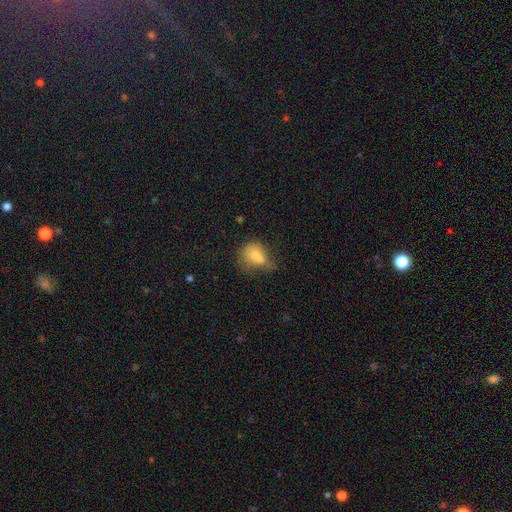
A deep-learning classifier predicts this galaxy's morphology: The model was most divided on "merging": merger: 32%, none: 28%, minor disturbance: 24%, major disturbance: 16%. More confident: smooth or featured — smooth (73%); how rounded — in between (58%).